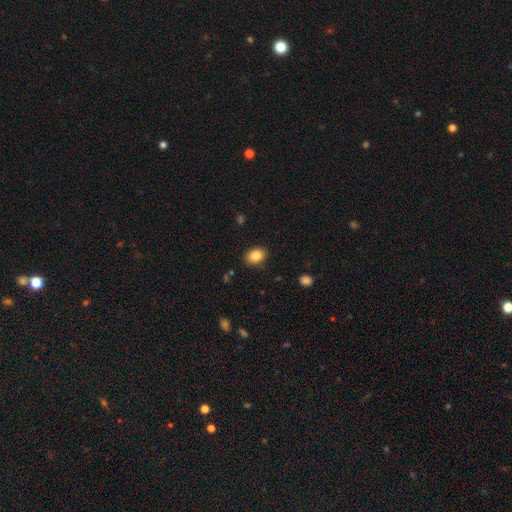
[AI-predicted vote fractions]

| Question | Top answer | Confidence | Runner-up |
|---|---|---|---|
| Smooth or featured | smooth | 85% | star or artifact (9%) |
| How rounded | in between | 71% | round (28%) |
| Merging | none | 88% | minor disturbance (9%) |